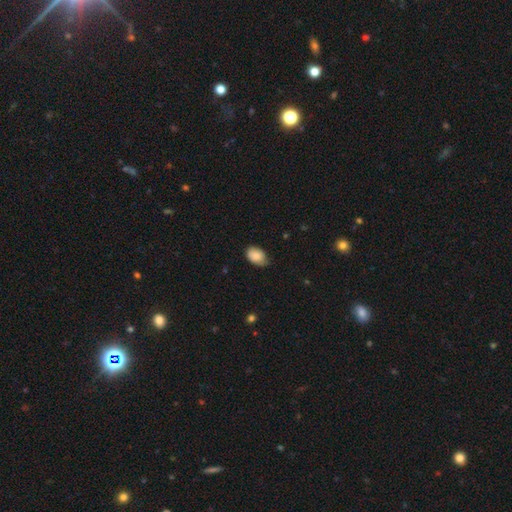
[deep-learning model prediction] The model was most divided on "merging": none: 66%, minor disturbance: 28%, major disturbance: 4%, merger: 1%. More confident: how rounded — in between (86%); smooth or featured — smooth (86%).